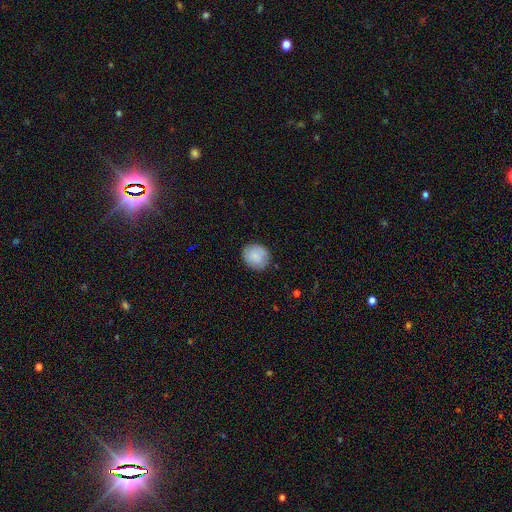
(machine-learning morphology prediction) A smooth galaxy with no disk features (83%) that is round (79%). Merging: none (84%).